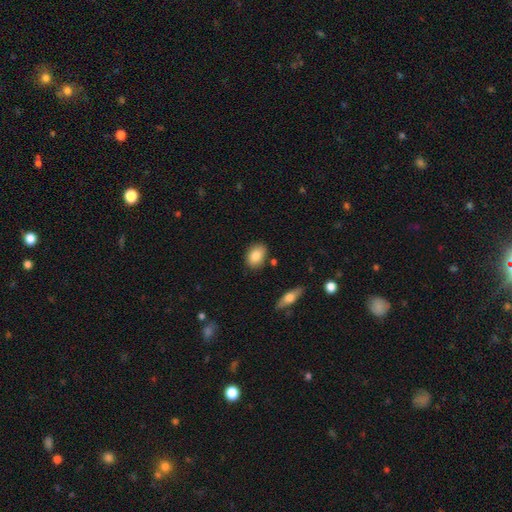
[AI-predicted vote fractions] Morphology: type=smooth (84%); roundness=in between (79%); merging=none (83%).